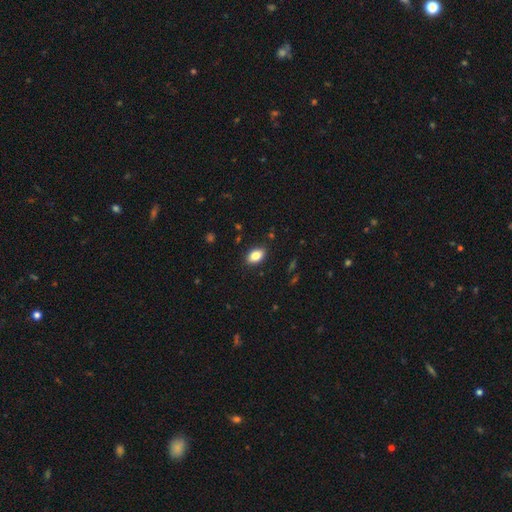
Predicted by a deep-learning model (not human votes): The model was most divided on "smooth or featured": smooth: 84%, star or artifact: 8%, featured or disk: 8%. More confident: how rounded — in between (89%); merging — none (87%).